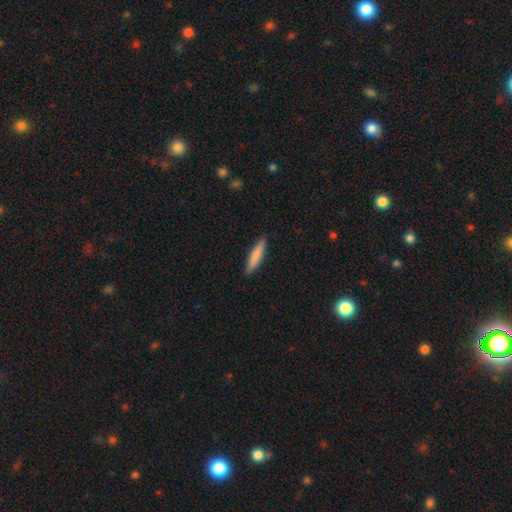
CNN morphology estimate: Smooth or featured? smooth (81%)
How rounded? cigar-shaped (86%)
Merging? none (89%)